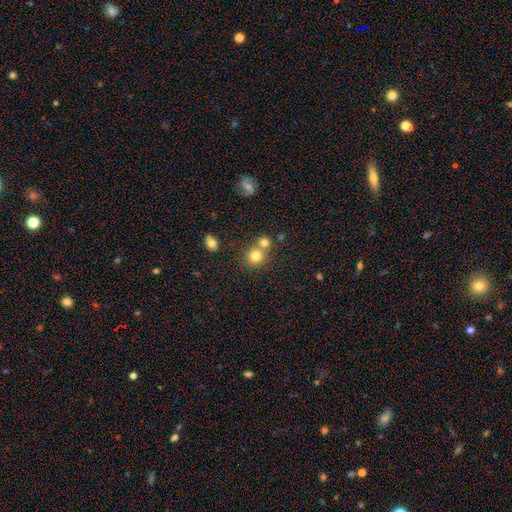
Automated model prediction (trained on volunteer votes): Smooth or featured? smooth (79%)
How rounded? round (87%)
Merging? none (56%)